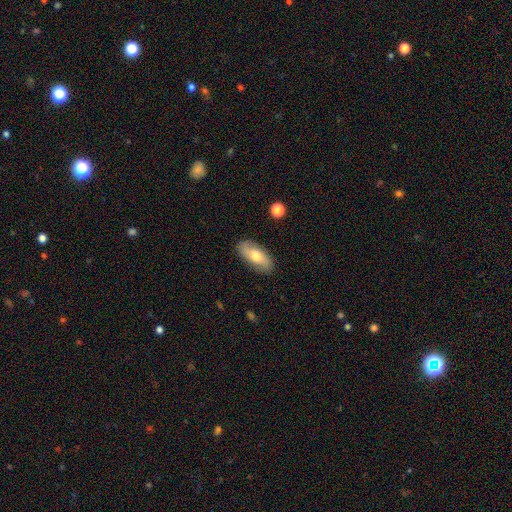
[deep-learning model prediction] smooth 66%, featured or disk 28%, star or artifact 6%. Down the decision tree: how rounded — in between (85%); merging — none (86%).